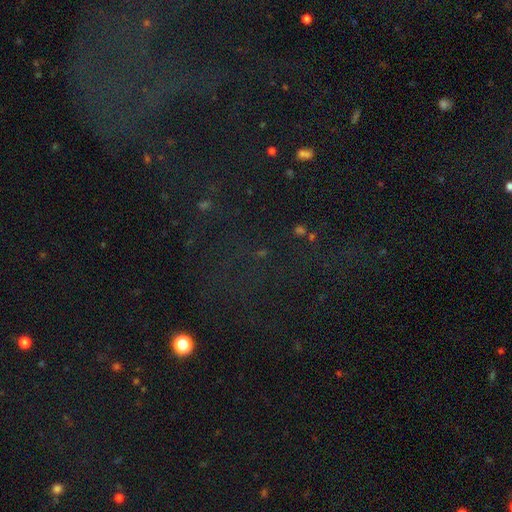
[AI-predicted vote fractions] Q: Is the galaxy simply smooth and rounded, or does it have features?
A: star or artifact — 71%.